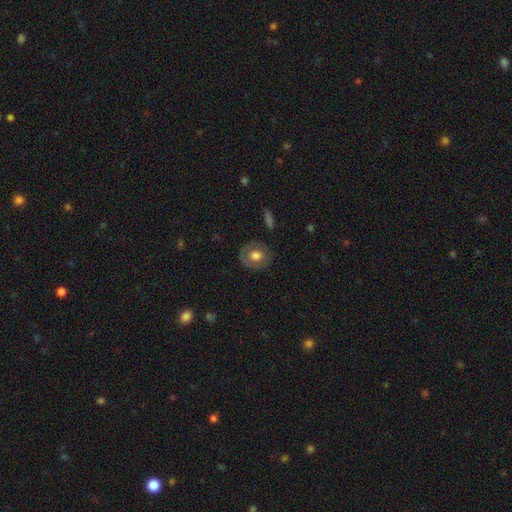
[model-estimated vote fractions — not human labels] A smooth galaxy with no disk features (61%) that is round (73%). Merging: none (83%).